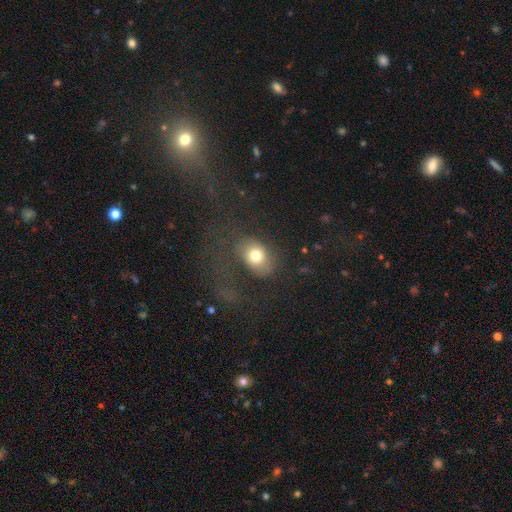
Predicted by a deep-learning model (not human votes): This is likely a smooth galaxy (72%). How rounded: likely in between (62%). Merging: marginally none (41%).